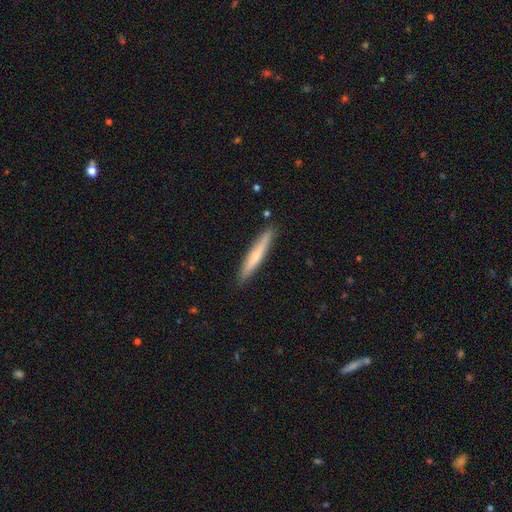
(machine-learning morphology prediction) smooth_or_featured: smooth (p=0.52) [alt: featured or disk p=0.42]
how_rounded: cigar-shaped (p=0.94) [alt: in between p=0.05]
merging: none (p=0.89) [alt: minor disturbance p=0.08]